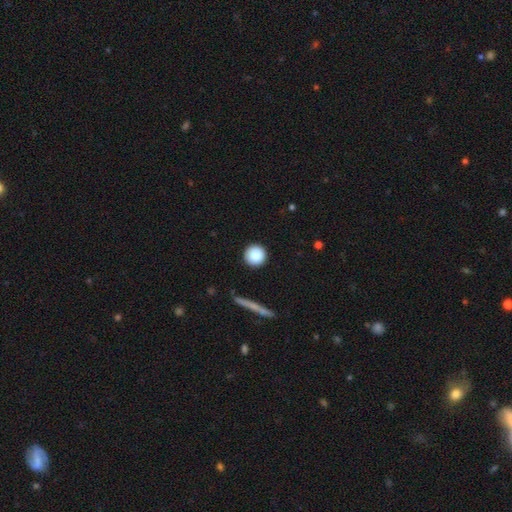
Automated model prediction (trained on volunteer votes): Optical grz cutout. It shows a smooth galaxy with no disk features (84%) that is round (95%). Merging: none (90%).